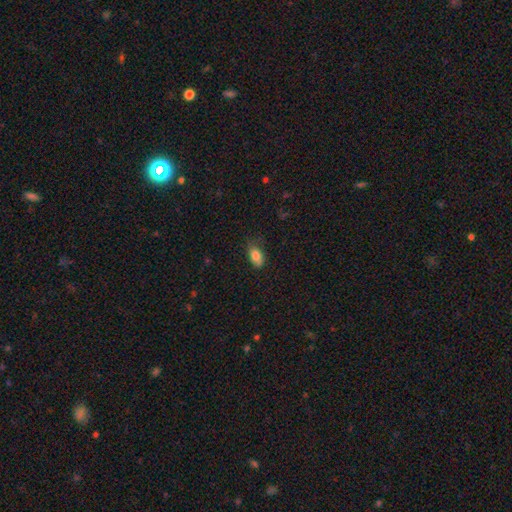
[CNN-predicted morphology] Smooth or featured: smooth — 83% (featured or disk — 9%)
How rounded: in between — 88% (round — 8%)
Merging: none — 59% (minor disturbance — 31%)